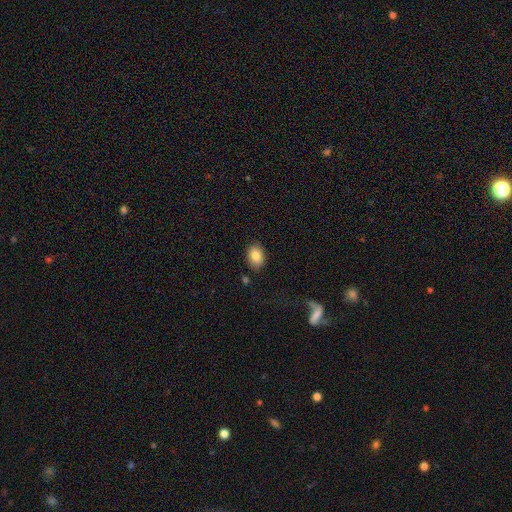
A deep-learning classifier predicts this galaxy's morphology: The model was most divided on "how rounded": in between: 77%, round: 22%, cigar-shaped: 1%. More confident: smooth or featured — smooth (84%); merging — none (83%).